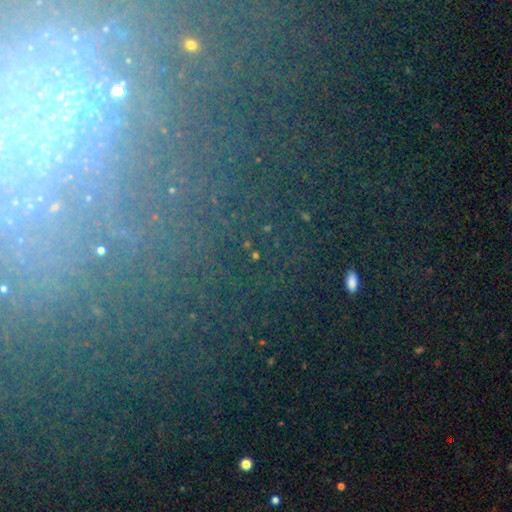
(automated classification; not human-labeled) This appears to be a star or artifact, not a galaxy (67%).